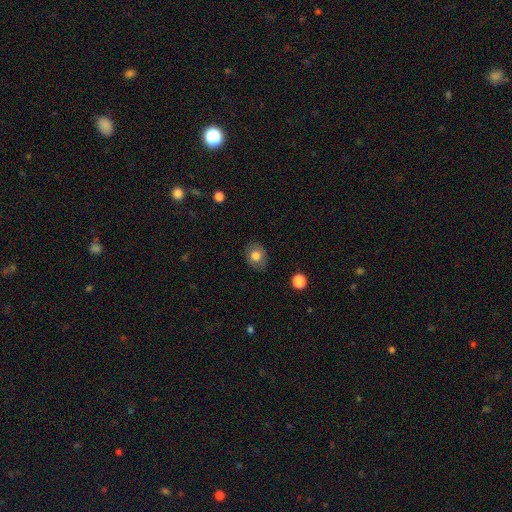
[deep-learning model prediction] This appears to be a smooth galaxy with no disk features (77%) that is round (51%). Merging: none (83%).